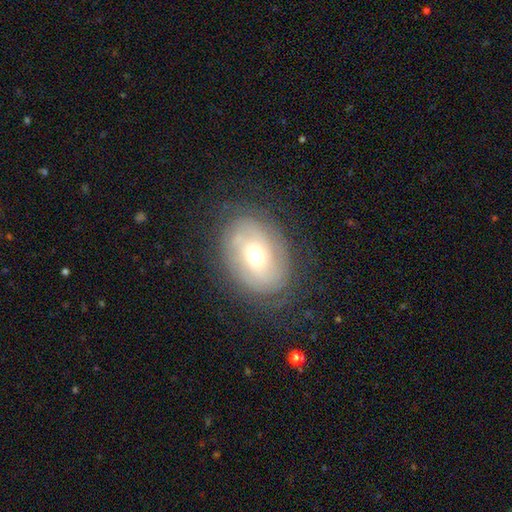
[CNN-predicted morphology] smooth_or_featured: featured or disk (p=0.61) [alt: smooth p=0.31]
disk_edge_on: no (p=0.95) [alt: yes p=0.05]
bar: no (p=0.66) [alt: weak p=0.26]
has_spiral_arms: yes (p=0.75) [alt: no p=0.25]
bulge_size: moderate (p=0.62) [alt: small p=0.28]
merging: none (p=0.75) [alt: minor disturbance p=0.16]